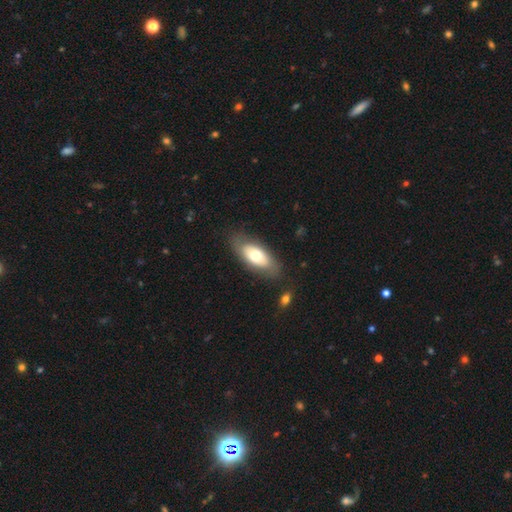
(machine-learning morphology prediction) Smooth or featured? Predicted: smooth (p=0.59). How rounded? Predicted: in between (p=0.87). Merging? Predicted: none (p=0.80).